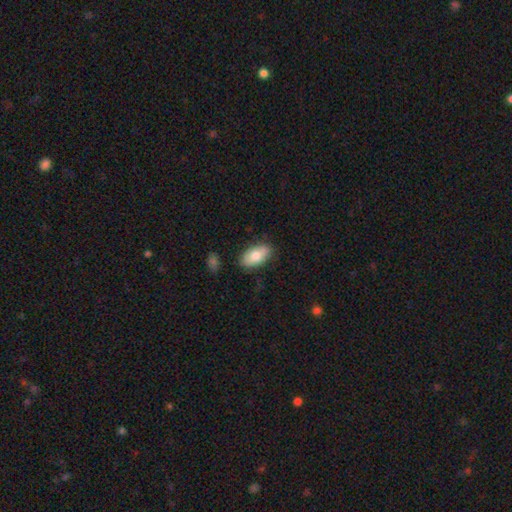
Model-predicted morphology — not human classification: The model was most divided on "smooth or featured": smooth: 75%, featured or disk: 19%, star or artifact: 6%. More confident: how rounded — in between (93%); merging — none (83%).